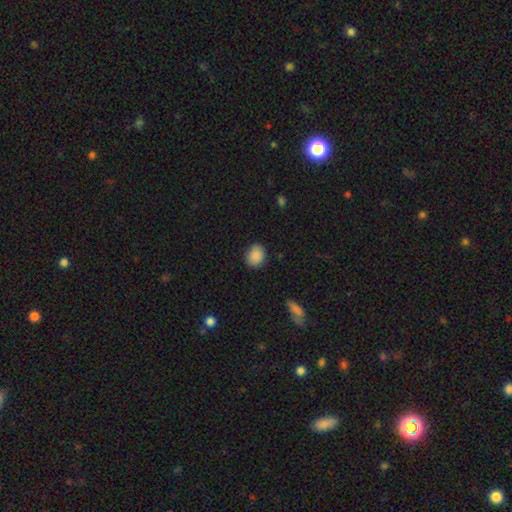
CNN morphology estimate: Smooth or featured?
  - smooth: 89% *
  - star or artifact: 8%
  - featured or disk: 3%
How rounded?
  - round: 52% *
  - in between: 47%
  - cigar-shaped: 1%
Merging?
  - none: 86% *
  - minor disturbance: 10%
  - major disturbance: 3%
  - merger: 1%